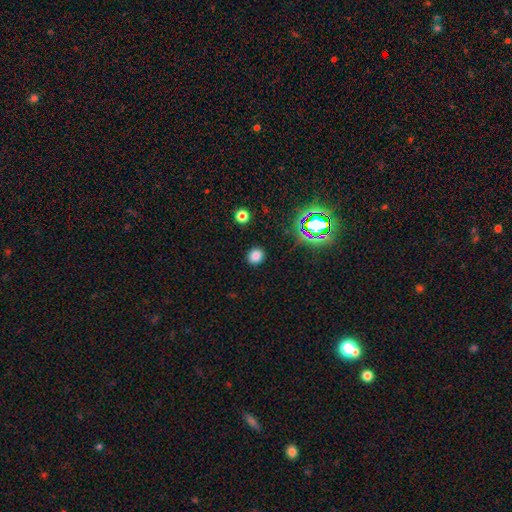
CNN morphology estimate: smooth 78%, star or artifact 17%, featured or disk 5%. Down the decision tree: how rounded — round (75%); merging — none (89%).